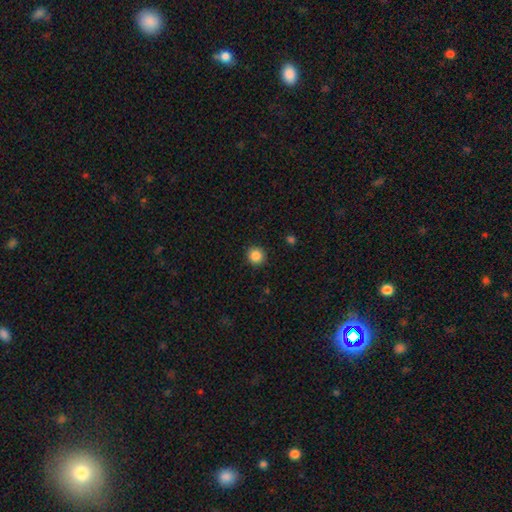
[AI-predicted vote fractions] The model was most divided on "smooth or featured": smooth: 86%, star or artifact: 10%, featured or disk: 4%. More confident: how rounded — round (93%); merging — none (91%).